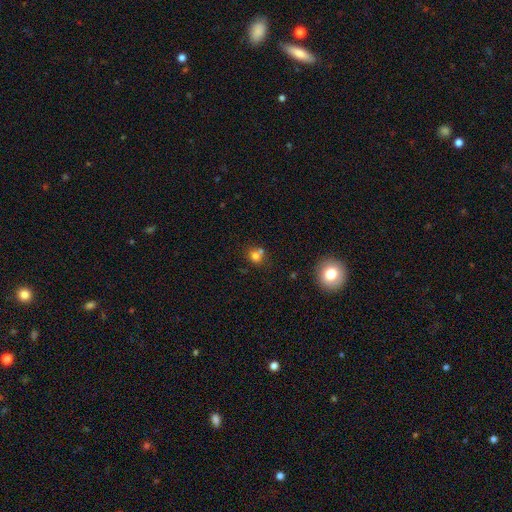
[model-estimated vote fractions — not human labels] A smooth galaxy with no disk features (73%) that is round (76%). Merging: none (47%).